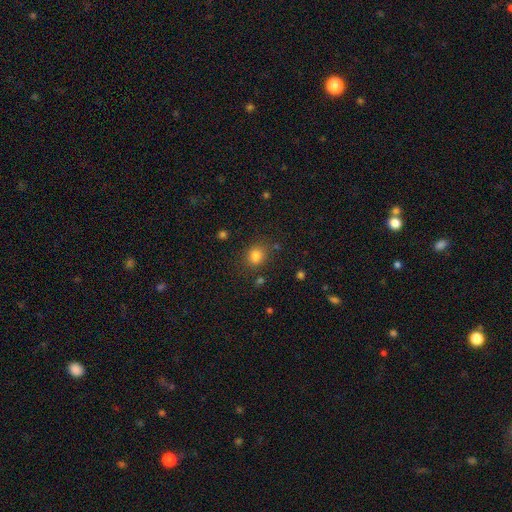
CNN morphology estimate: Smooth or featured?
  - smooth: 81% *
  - star or artifact: 13%
  - featured or disk: 6%
How rounded?
  - round: 67% *
  - in between: 32%
  - cigar-shaped: 1%
Merging?
  - none: 77% *
  - minor disturbance: 14%
  - major disturbance: 5%
  - merger: 4%